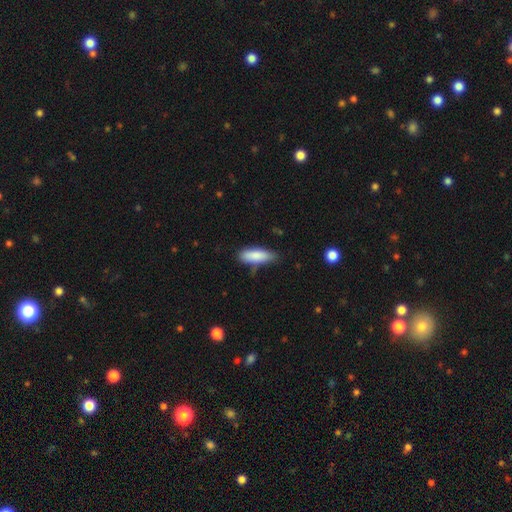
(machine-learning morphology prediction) A smooth galaxy with no disk features (86%) that is in between round and cigar-shaped (60%).

Vote fractions:
- Smooth or featured? smooth: 86% / featured or disk: 8% / star or artifact: 6%
- How rounded? in between: 60% / cigar-shaped: 38% / round: 2%
- Merging? none: 69% / minor disturbance: 24% / major disturbance: 4% / merger: 3%